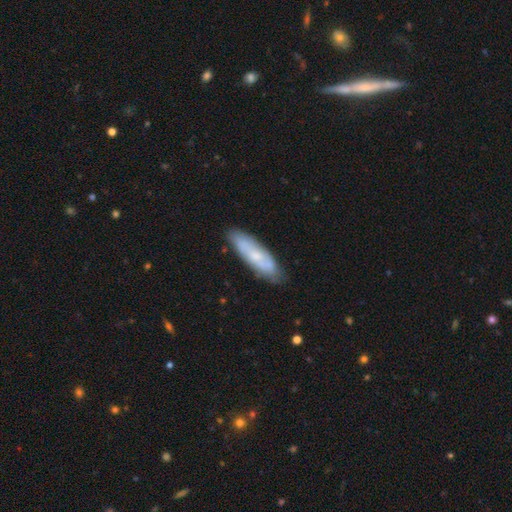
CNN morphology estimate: A smooth galaxy with no disk features (50%).

Vote fractions:
- Smooth or featured? smooth: 50% / featured or disk: 44% / star or artifact: 7%
- Merging? none: 78% / minor disturbance: 17% / major disturbance: 3% / merger: 2%